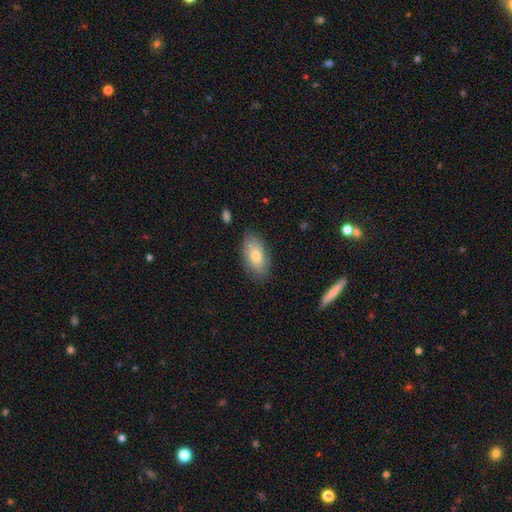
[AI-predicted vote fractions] Smooth or featured? smooth (72%)
How rounded? in between (91%)
Merging? none (84%)